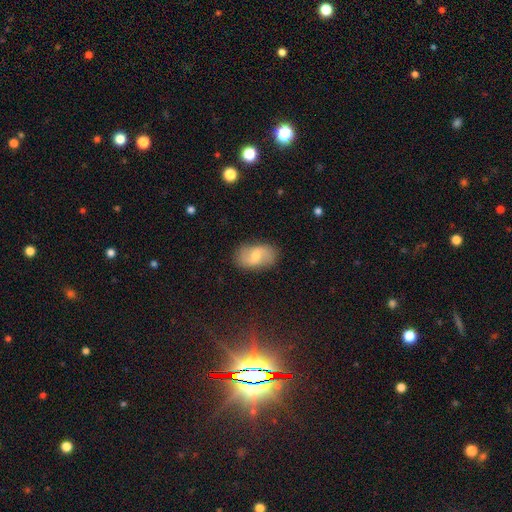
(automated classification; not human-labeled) A featured or disk galaxy (49%).

Vote fractions:
- Smooth or featured? featured or disk: 49% / smooth: 44% / star or artifact: 7%
- Merging? none: 82% / minor disturbance: 13% / major disturbance: 4% / merger: 1%